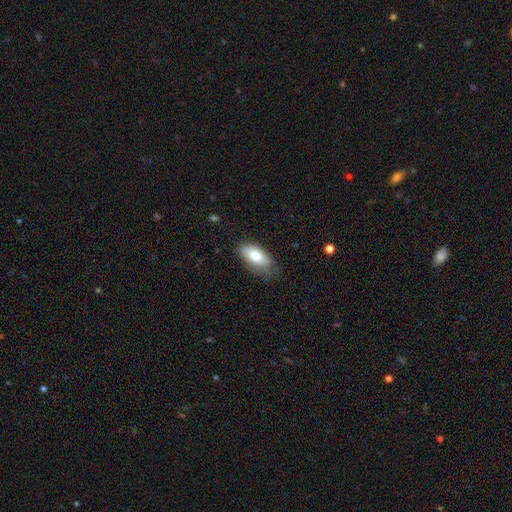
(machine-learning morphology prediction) This appears to be a smooth galaxy with no disk features (71%) that is in between round and cigar-shaped (90%). Merging: none (66%).